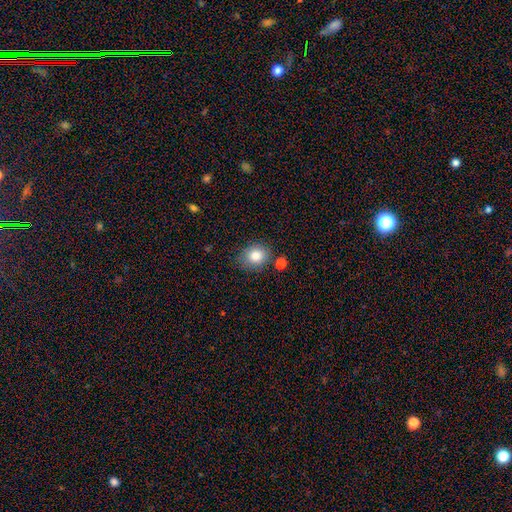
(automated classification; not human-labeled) smooth-or-featured: smooth: 83% | star or artifact: 9% | featured or disk: 8%
  how-rounded: round: 64% | in between: 35% | cigar-shaped: 1%
  merging: none: 75% | minor disturbance: 14% | merger: 7% | major disturbance: 4%